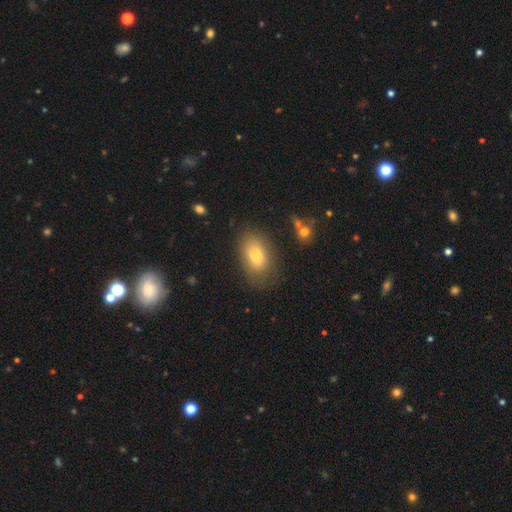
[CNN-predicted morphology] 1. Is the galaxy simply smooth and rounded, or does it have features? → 76% smooth, 13% featured or disk, 10% star or artifact.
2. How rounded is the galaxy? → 89% in between, 9% round, 2% cigar-shaped.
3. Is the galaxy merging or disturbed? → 76% none, 16% minor disturbance, 5% major disturbance, 3% merger.